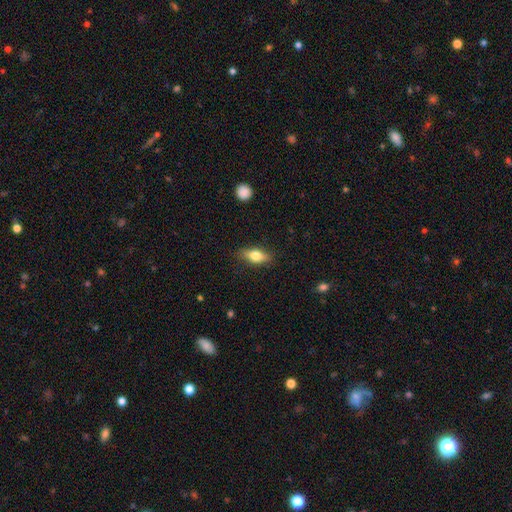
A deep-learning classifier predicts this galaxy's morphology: smooth_or_featured: smooth (p=0.70) [alt: featured or disk p=0.23]
how_rounded: in between (p=0.73) [alt: cigar-shaped p=0.21]
merging: none (p=0.84) [alt: minor disturbance p=0.12]